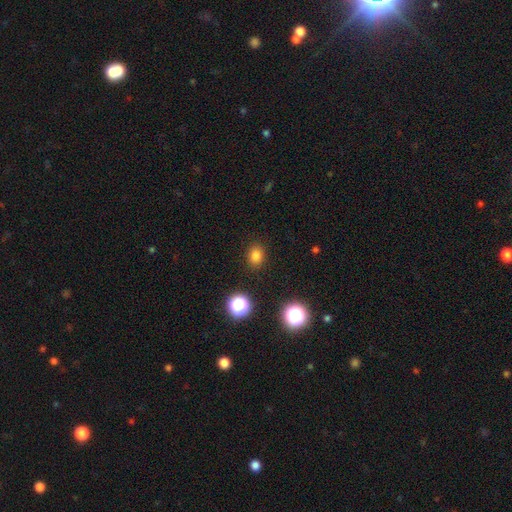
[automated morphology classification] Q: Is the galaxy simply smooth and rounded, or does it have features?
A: smooth — 80%.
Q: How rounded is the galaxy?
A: round — 55%.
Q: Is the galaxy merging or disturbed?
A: none — 88%.